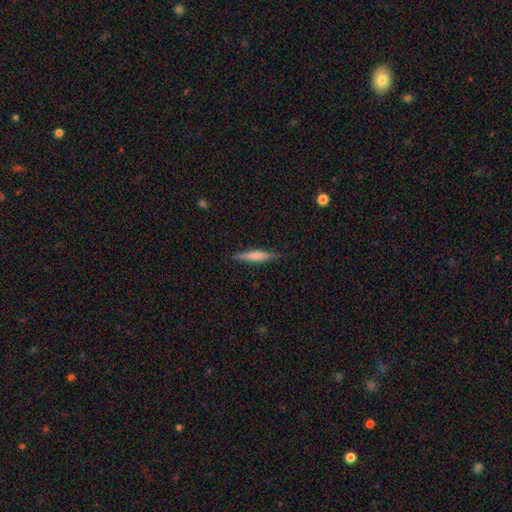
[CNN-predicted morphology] This is possibly a smooth galaxy (56%). How rounded: clearly cigar-shaped (90%). Merging: clearly none (87%).